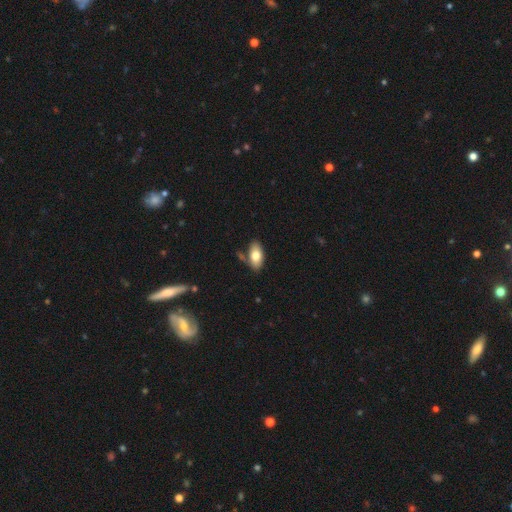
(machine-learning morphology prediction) Smooth or featured?
  - smooth: 77% *
  - featured or disk: 16%
  - star or artifact: 7%
How rounded?
  - in between: 93% *
  - cigar-shaped: 4%
  - round: 4%
Merging?
  - none: 74% *
  - minor disturbance: 15%
  - merger: 8%
  - major disturbance: 3%